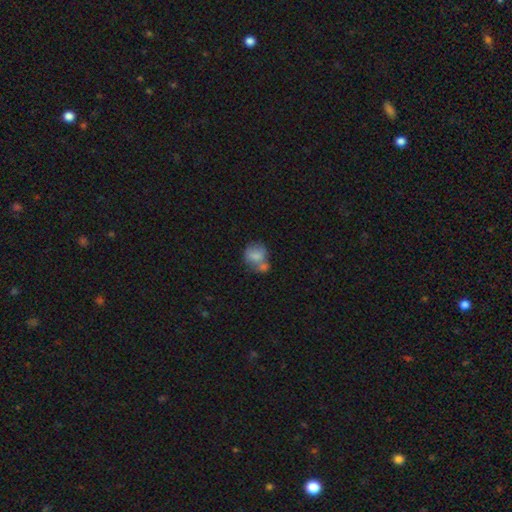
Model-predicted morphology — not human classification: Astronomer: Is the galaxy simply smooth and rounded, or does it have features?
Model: smooth — 74%.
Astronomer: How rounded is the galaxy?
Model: round — 60% (runner-up: in between, 39%).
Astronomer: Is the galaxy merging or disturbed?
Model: merger — 46% (runner-up: none, 30%).